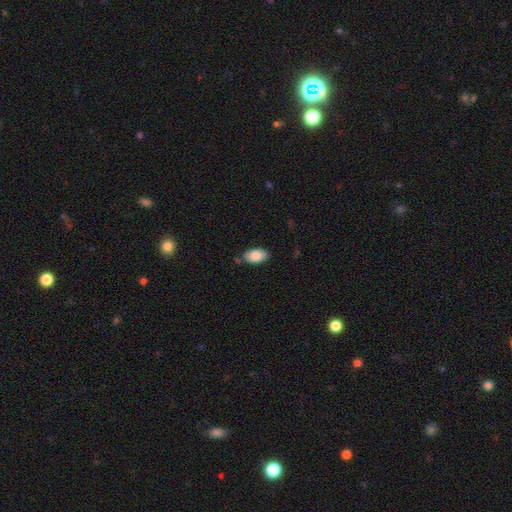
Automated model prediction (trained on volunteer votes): This is clearly a smooth galaxy (87%). How rounded: clearly in between (94%). Merging: likely none (78%).